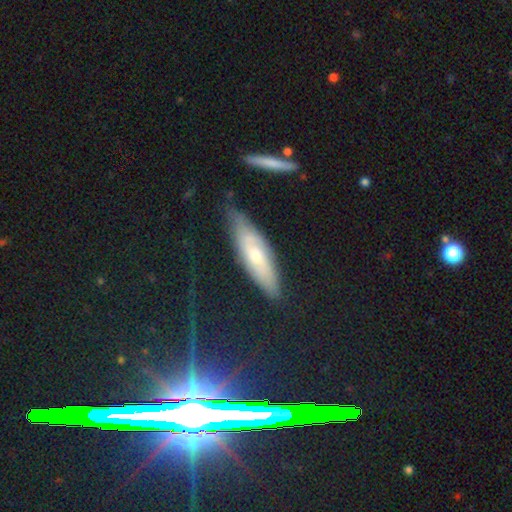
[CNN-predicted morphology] Smooth or featured? featured or disk (48%)
Merging? none (70%)